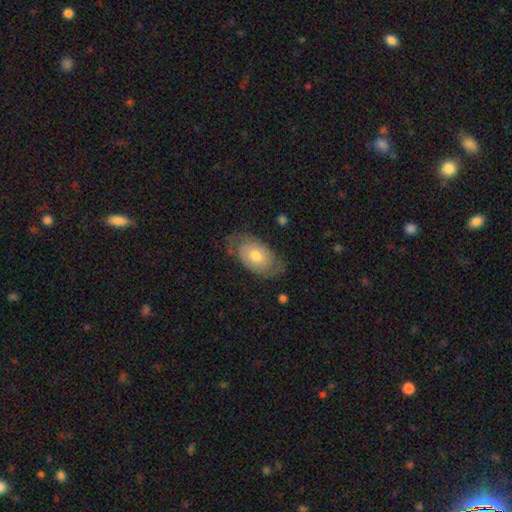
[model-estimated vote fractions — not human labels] This is possibly a smooth galaxy (48%). Merging: likely none (64%).